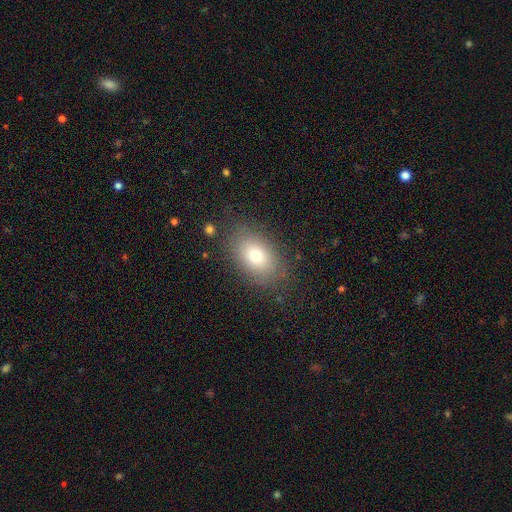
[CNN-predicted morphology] smooth_or_featured: smooth (p=0.75) [alt: featured or disk p=0.15]
how_rounded: in between (p=0.85) [alt: round p=0.13]
merging: none (p=0.81) [alt: minor disturbance p=0.12]